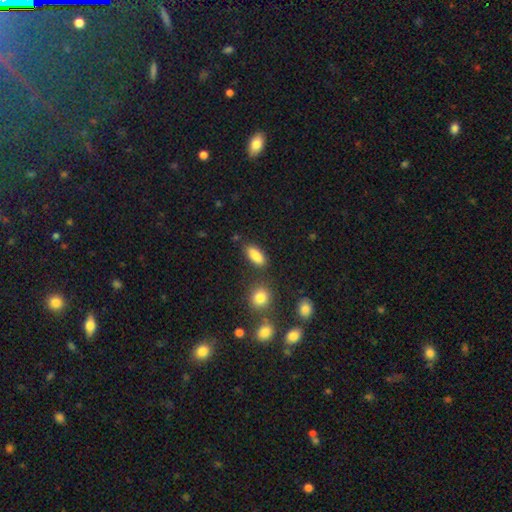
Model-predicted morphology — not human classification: Smooth or featured: smooth — 86% (star or artifact — 9%)
How rounded: in between — 84% (cigar-shaped — 11%)
Merging: none — 80% (minor disturbance — 12%)